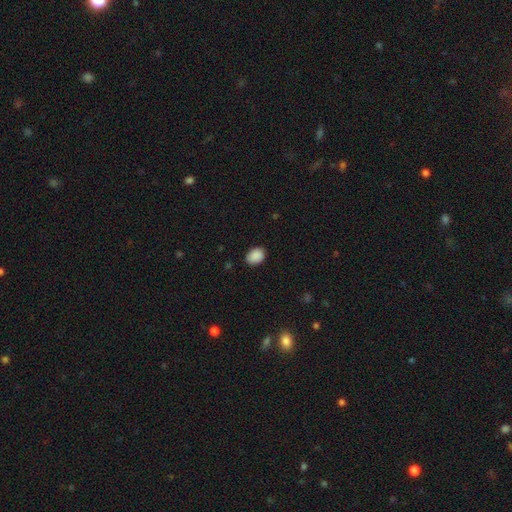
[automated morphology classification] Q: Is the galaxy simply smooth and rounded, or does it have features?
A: smooth — 89%.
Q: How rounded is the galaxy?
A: in between — 69%.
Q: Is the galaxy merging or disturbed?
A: none — 85%.